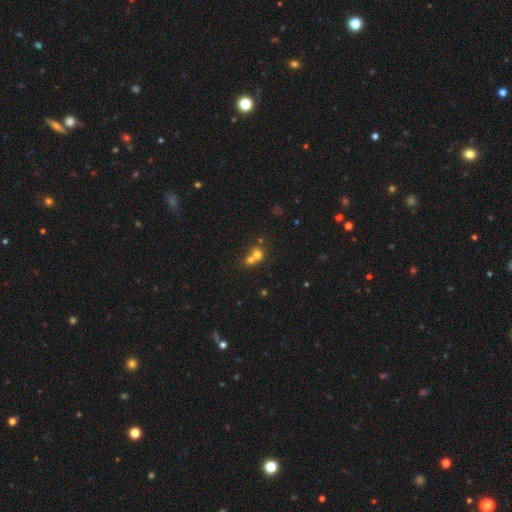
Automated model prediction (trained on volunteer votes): Smooth or featured?
  - smooth: 67% *
  - star or artifact: 16%
  - featured or disk: 16%
How rounded?
  - round: 77% *
  - in between: 22%
  - cigar-shaped: 1%
Merging?
  - merger: 63% *
  - none: 29%
  - minor disturbance: 5%
  - major disturbance: 3%